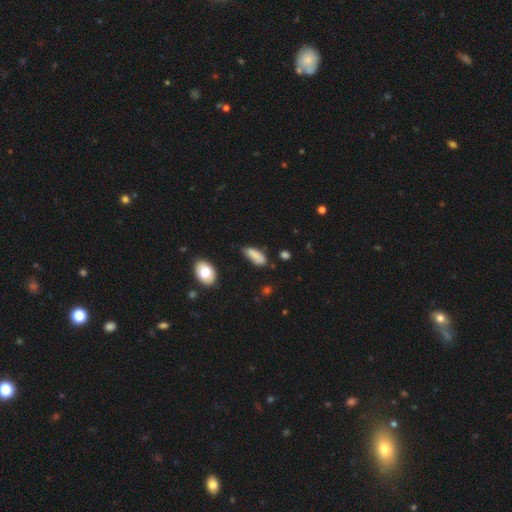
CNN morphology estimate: A smooth galaxy with no disk features (83%) that is in between round and cigar-shaped (77%).

Vote fractions:
- Smooth or featured? smooth: 83% / featured or disk: 9% / star or artifact: 8%
- How rounded? in between: 77% / cigar-shaped: 20% / round: 3%
- Merging? none: 55% / minor disturbance: 34% / major disturbance: 8% / merger: 4%